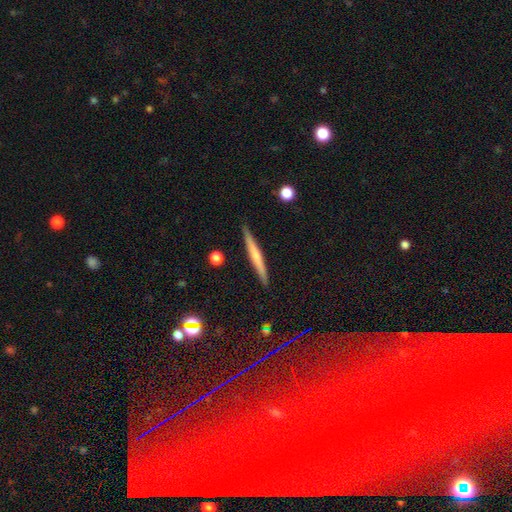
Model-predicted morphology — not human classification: smooth-or-featured: featured or disk: 52% | smooth: 42% | star or artifact: 6%
  disk-edge-on: yes: 97% | no: 3%
    edge-on-bulge: none: 49% | rounded: 44% | boxy: 8%
  merging: none: 91% | minor disturbance: 7% | major disturbance: 1% | merger: 1%